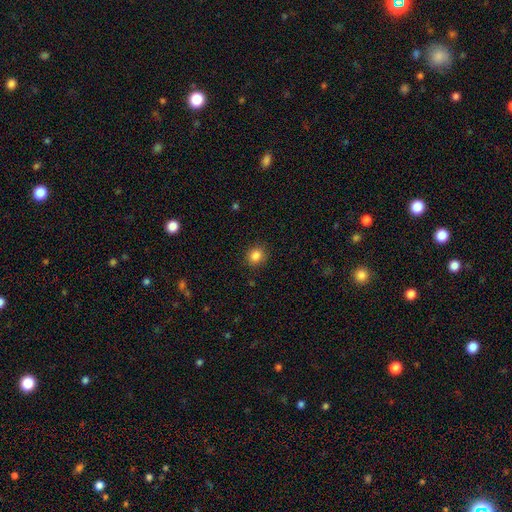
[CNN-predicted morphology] The model was most divided on "how rounded": round: 77%, in between: 23%, cigar-shaped: 1%. More confident: merging — none (89%); smooth or featured — smooth (85%).